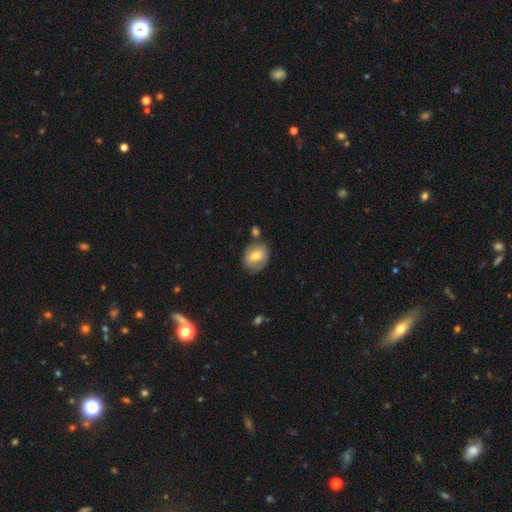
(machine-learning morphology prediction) smooth_or_featured: smooth (p=0.69) [alt: featured or disk p=0.23]
how_rounded: round (p=0.54) [alt: in between p=0.44]
merging: none (p=0.63) [alt: minor disturbance p=0.20]